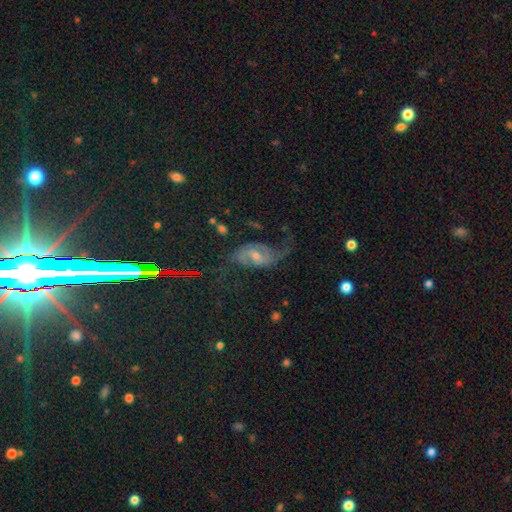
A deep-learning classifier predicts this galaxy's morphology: smooth_or_featured: featured or disk (p=0.71) [alt: star or artifact p=0.17]
disk_edge_on: no (p=0.95) [alt: yes p=0.05]
bar: weak (p=0.44) [alt: no p=0.42]
has_spiral_arms: yes (p=0.90) [alt: no p=0.10]
spiral_winding: loose (p=0.47) [alt: medium p=0.39]
spiral_arm_count: 2 (p=0.83) [alt: can't tell p=0.07]
bulge_size: moderate (p=0.50) [alt: small p=0.43]
merging: none (p=0.54) [alt: major disturbance p=0.23]